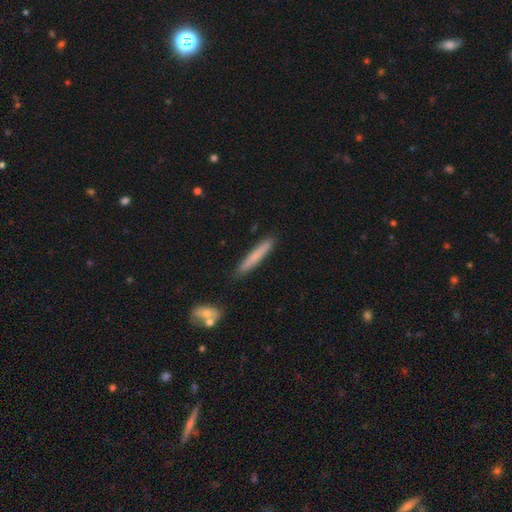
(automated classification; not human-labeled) This appears to be a smooth galaxy with no disk features (73%) that is cigar-shaped (95%). Merging: none (88%).